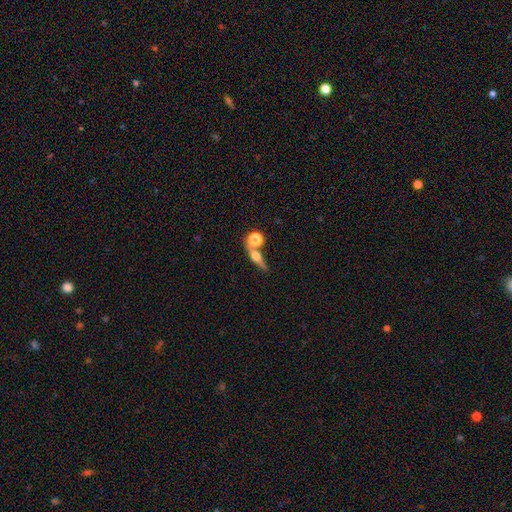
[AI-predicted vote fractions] smooth-or-featured: featured or disk: 50% | smooth: 39% | star or artifact: 10%
  disk-edge-on: yes: 88% | no: 12%
  merging: none: 60% | merger: 24% | minor disturbance: 11% | major disturbance: 5%